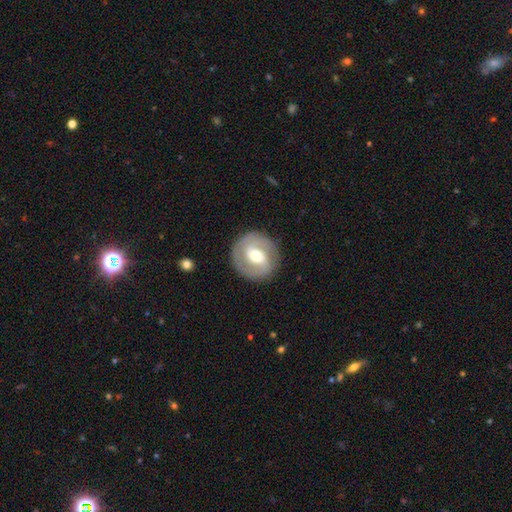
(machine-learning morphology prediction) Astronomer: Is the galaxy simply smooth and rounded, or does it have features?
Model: featured or disk — 64%.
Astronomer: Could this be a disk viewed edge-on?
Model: no — 96%.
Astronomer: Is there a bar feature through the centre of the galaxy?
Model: weak — 43% (runner-up: no, 29%).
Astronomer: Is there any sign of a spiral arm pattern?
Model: yes — 66%.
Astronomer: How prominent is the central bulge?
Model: moderate — 69%.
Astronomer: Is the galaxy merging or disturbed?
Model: none — 86%.